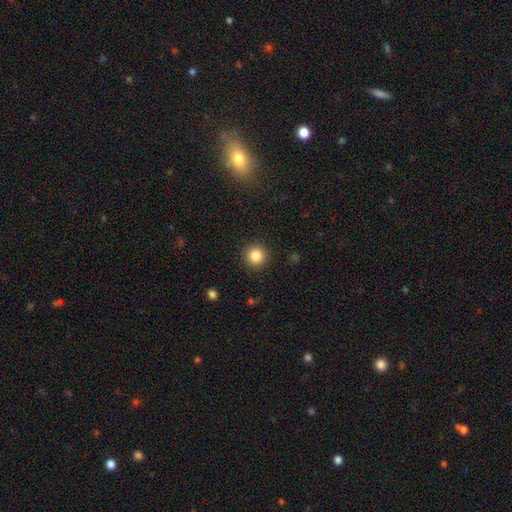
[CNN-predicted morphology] smooth-or-featured: smooth: 85% | star or artifact: 10% | featured or disk: 5%
  how-rounded: round: 94% | in between: 5% | cigar-shaped: 1%
  merging: none: 91% | minor disturbance: 5% | major disturbance: 2% | merger: 1%